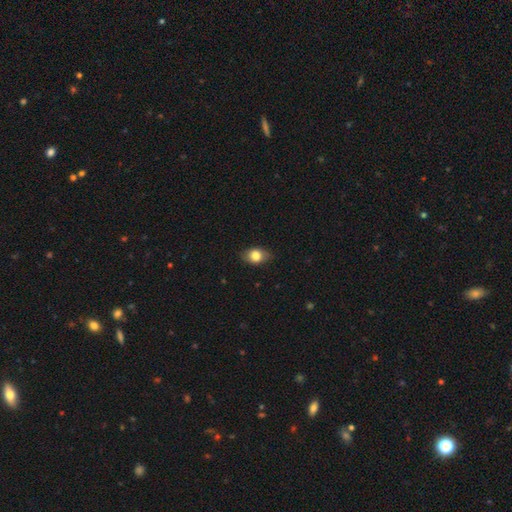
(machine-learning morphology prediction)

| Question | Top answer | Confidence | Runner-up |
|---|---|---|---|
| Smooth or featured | smooth | 78% | featured or disk (13%) |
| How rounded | in between | 72% | round (26%) |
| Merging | none | 80% | minor disturbance (16%) |